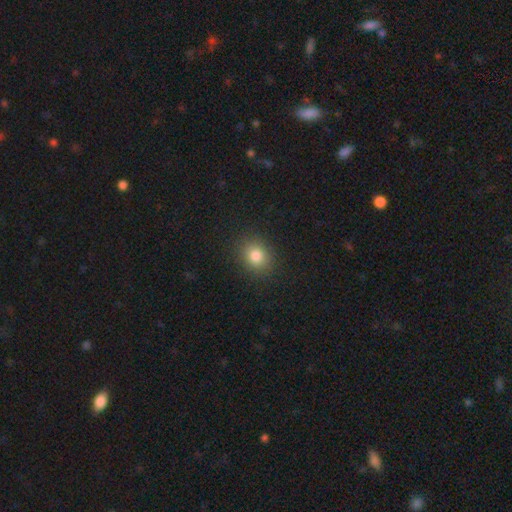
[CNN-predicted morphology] Smooth or featured: smooth — 82% (star or artifact — 12%)
How rounded: round — 63% (in between — 36%)
Merging: none — 89% (minor disturbance — 8%)